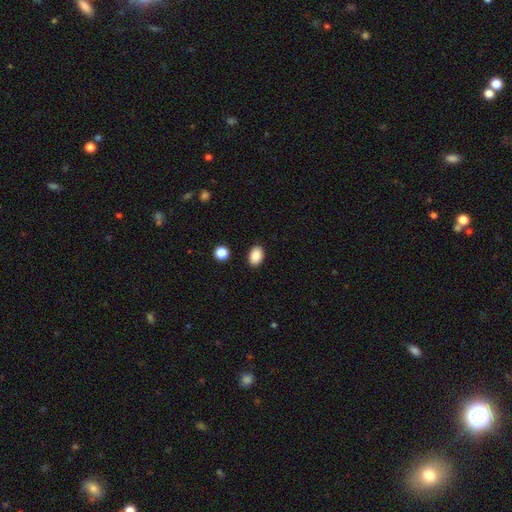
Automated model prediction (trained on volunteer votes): smooth_or_featured: smooth (p=0.88) [alt: star or artifact p=0.08]
how_rounded: in between (p=0.83) [alt: round p=0.16]
merging: none (p=0.89) [alt: minor disturbance p=0.08]